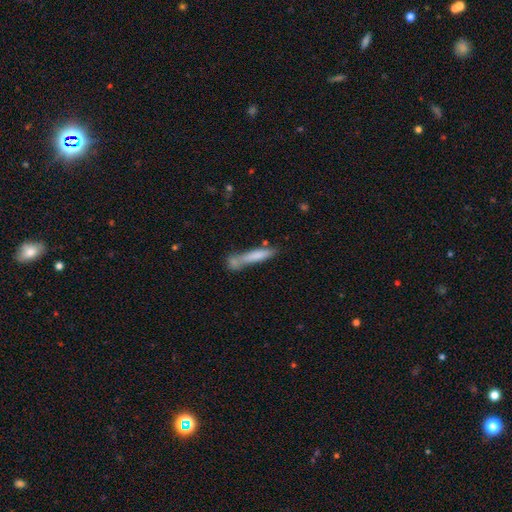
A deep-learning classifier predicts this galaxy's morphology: smooth_or_featured: smooth (p=0.73) [alt: featured or disk p=0.21]
how_rounded: cigar-shaped (p=0.89) [alt: in between p=0.10]
merging: none (p=0.52) [alt: merger p=0.25]